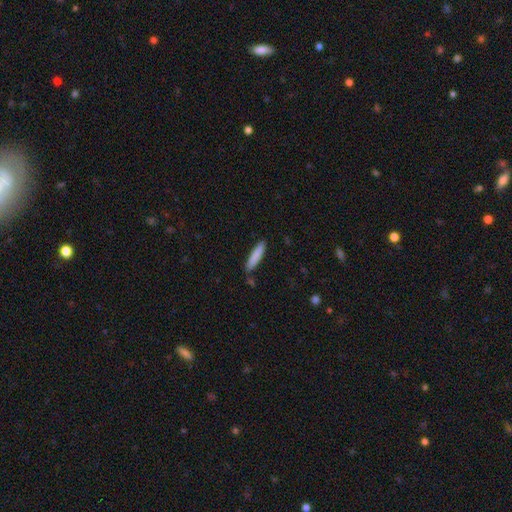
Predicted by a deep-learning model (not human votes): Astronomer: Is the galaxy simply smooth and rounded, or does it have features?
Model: smooth — 84%.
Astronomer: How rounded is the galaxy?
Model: cigar-shaped — 85%.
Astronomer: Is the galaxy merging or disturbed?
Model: none — 84%.